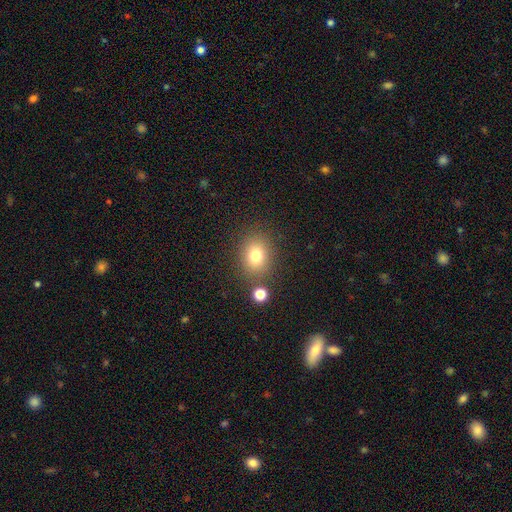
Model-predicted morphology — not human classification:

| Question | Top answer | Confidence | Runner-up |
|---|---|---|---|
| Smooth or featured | smooth | 77% | star or artifact (13%) |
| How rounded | round | 51% | in between (48%) |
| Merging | none | 80% | minor disturbance (10%) |